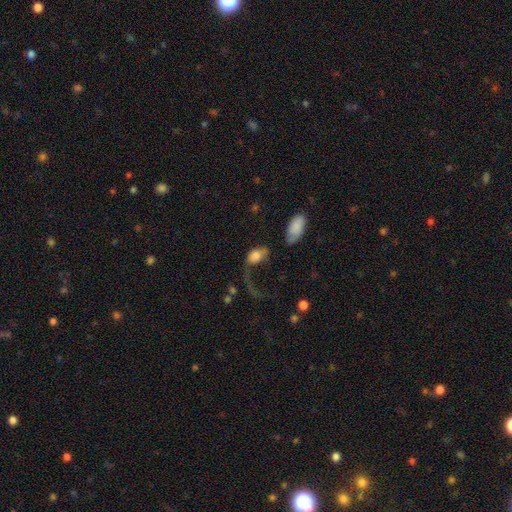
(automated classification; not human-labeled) This appears to be a smooth galaxy with no disk features (65%) that is in between round and cigar-shaped (79%). Merging: major disturbance (60%).